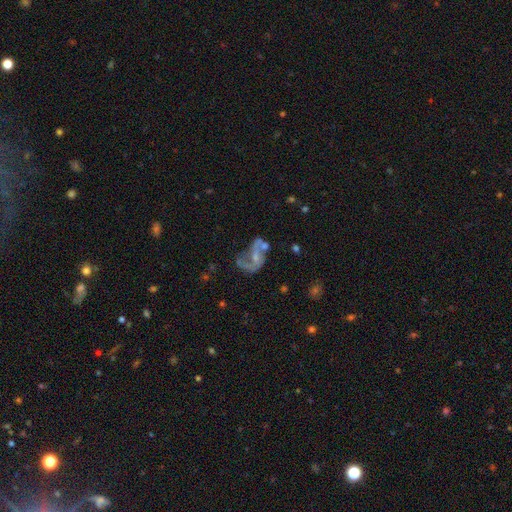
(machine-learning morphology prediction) A featured or disk galaxy (73%) with no bar (51%), 2 (68%) loose (68%) spiral arms (72%) and a small central bulge (52%).

Vote fractions:
- Smooth or featured? featured or disk: 73% / smooth: 16% / star or artifact: 11%
- Edge-on disk? no: 97% / yes: 3%
- Bar? no: 51% / weak: 36% / strong: 13%
- Spiral arms? yes: 72% / no: 28%
- Spiral winding? loose: 68% / medium: 25% / tight: 7%
- Spiral arm count? 2: 68% / 1: 17% / can't tell: 9% / 3: 3% / 4: 1% / more than 4: 1%
- Bulge size? small: 52% / moderate: 26% / none: 18% / large: 2% / dominant: 1%
- Merging? major disturbance: 33% / none: 31% / minor disturbance: 18% / merger: 18%